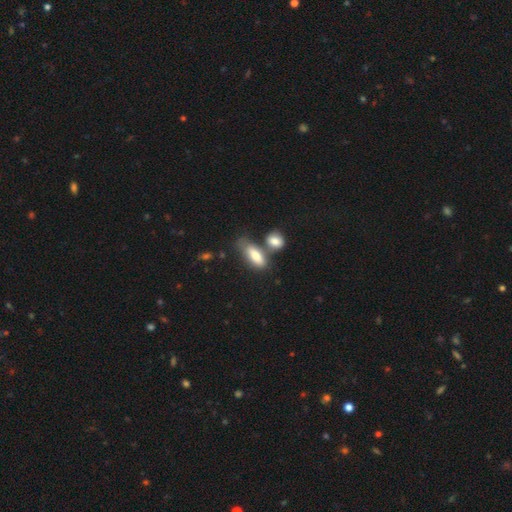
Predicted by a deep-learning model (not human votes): smooth_or_featured: smooth (p=0.75) [alt: featured or disk p=0.18]
how_rounded: in between (p=0.76) [alt: cigar-shaped p=0.21]
merging: none (p=0.42) [alt: merger p=0.35]